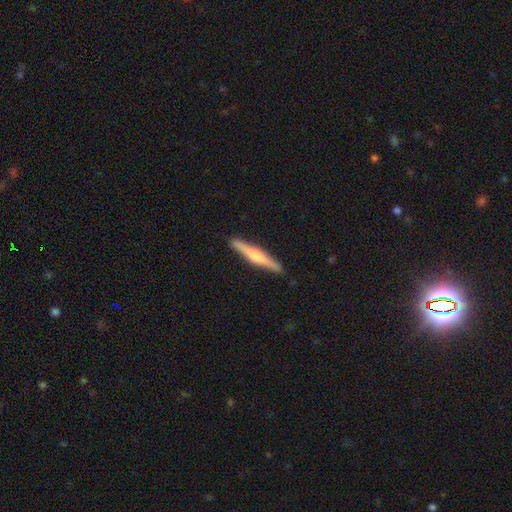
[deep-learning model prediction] This is possibly a featured or disk galaxy (55%). It is clearly viewed edge-on (97%). Edge-on bulge: likely rounded (68%). Merging: clearly none (91%).